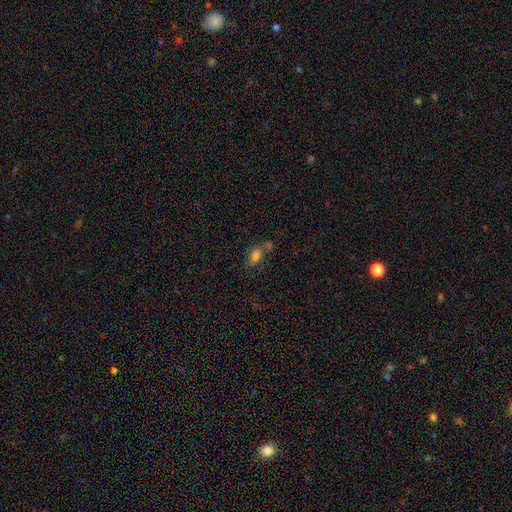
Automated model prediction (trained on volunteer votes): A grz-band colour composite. It shows a smooth galaxy with no disk features (75%) that is in between round and cigar-shaped (86%). Merging: none (45%).